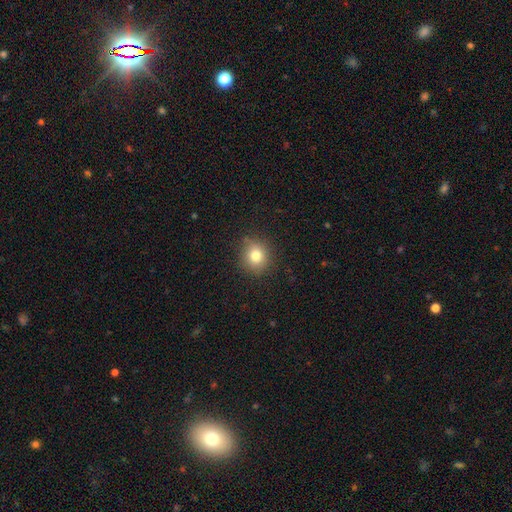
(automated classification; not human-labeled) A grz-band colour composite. It shows a smooth galaxy with no disk features (79%) that is round (83%). Merging: none (85%).